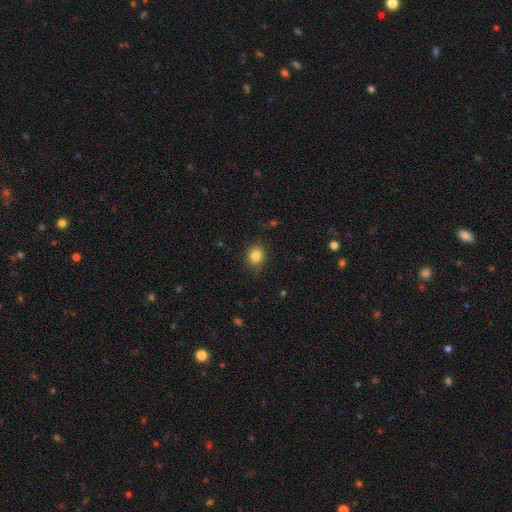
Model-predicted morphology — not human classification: Smooth or featured? Predicted: smooth (p=0.84). How rounded? Predicted: round (p=0.74). Merging? Predicted: none (p=0.81).